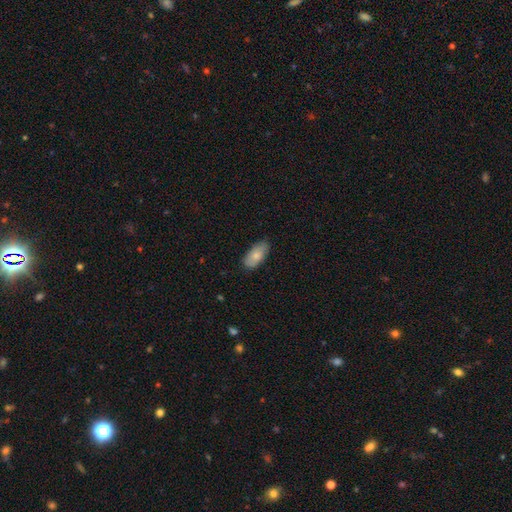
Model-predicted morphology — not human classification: smooth-or-featured: smooth: 79% | featured or disk: 15% | star or artifact: 6%
  how-rounded: in between: 91% | cigar-shaped: 6% | round: 3%
  merging: none: 79% | minor disturbance: 17% | major disturbance: 2% | merger: 1%